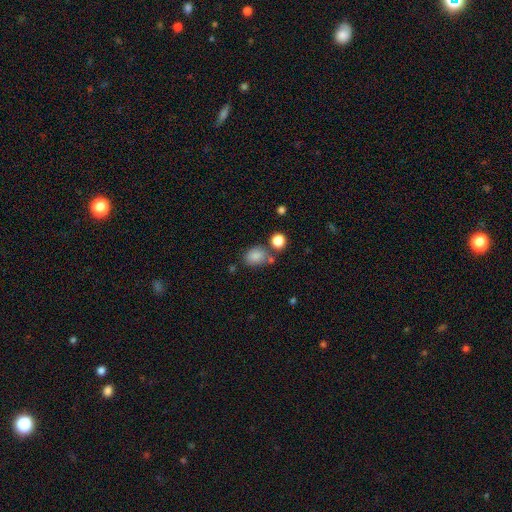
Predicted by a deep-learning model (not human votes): A smooth galaxy with no disk features (83%) that is in between round and cigar-shaped (62%).

Vote fractions:
- Smooth or featured? smooth: 83% / star or artifact: 11% / featured or disk: 7%
- How rounded? in between: 62% / round: 36% / cigar-shaped: 1%
- Merging? none: 61% / merger: 17% / minor disturbance: 17% / major disturbance: 6%